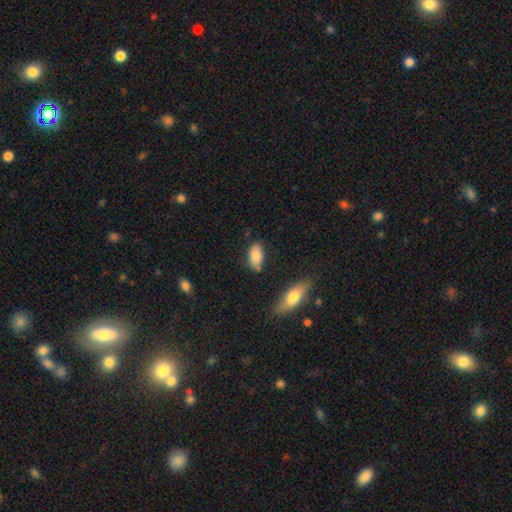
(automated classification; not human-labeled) A smooth galaxy with no disk features (79%) that is in between round and cigar-shaped (89%).

Vote fractions:
- Smooth or featured? smooth: 79% / featured or disk: 14% / star or artifact: 7%
- How rounded? in between: 89% / round: 6% / cigar-shaped: 4%
- Merging? none: 73% / minor disturbance: 19% / merger: 4% / major disturbance: 4%